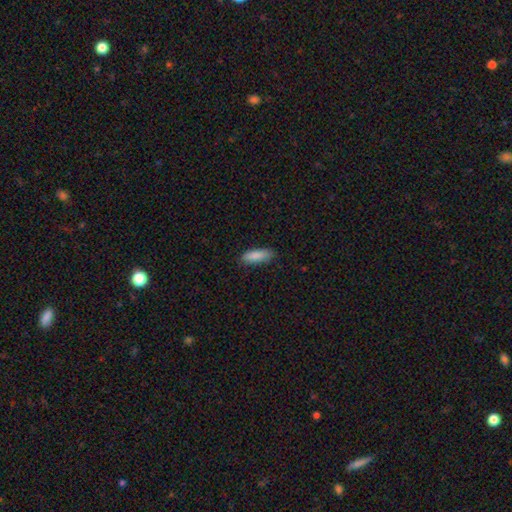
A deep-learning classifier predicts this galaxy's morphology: Smooth or featured?
  - smooth: 87% *
  - featured or disk: 6%
  - star or artifact: 6%
How rounded?
  - in between: 58% *
  - cigar-shaped: 40%
  - round: 2%
Merging?
  - none: 83% *
  - minor disturbance: 14%
  - major disturbance: 2%
  - merger: 1%